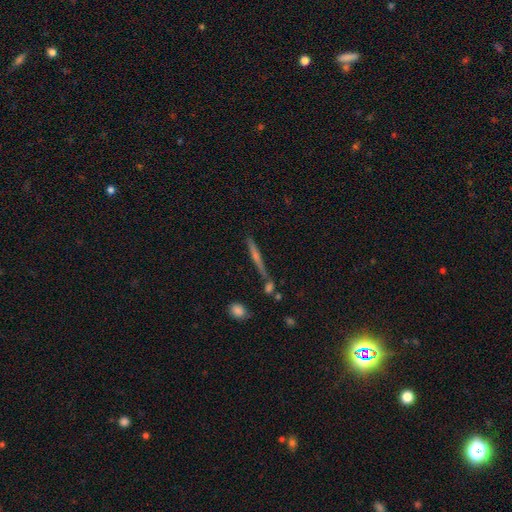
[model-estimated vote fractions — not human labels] smooth-or-featured: featured or disk: 48% | star or artifact: 27% | smooth: 25%
  merging: none: 77% | minor disturbance: 11% | merger: 7% | major disturbance: 5%